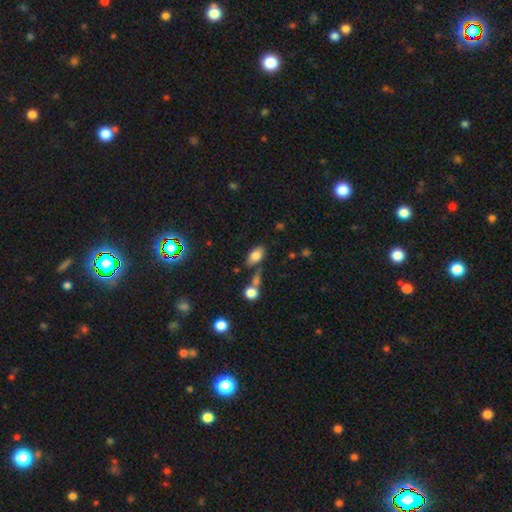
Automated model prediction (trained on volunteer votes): smooth_or_featured: smooth (p=0.79) [alt: featured or disk p=0.11]
how_rounded: in between (p=0.89) [alt: round p=0.08]
merging: none (p=0.63) [alt: minor disturbance p=0.16]